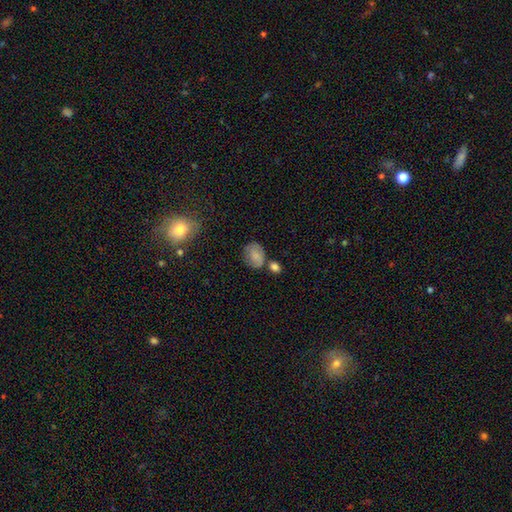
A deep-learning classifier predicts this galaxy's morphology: This is likely a smooth galaxy (74%). How rounded: likely in between (63%). Merging: possibly none (52%).